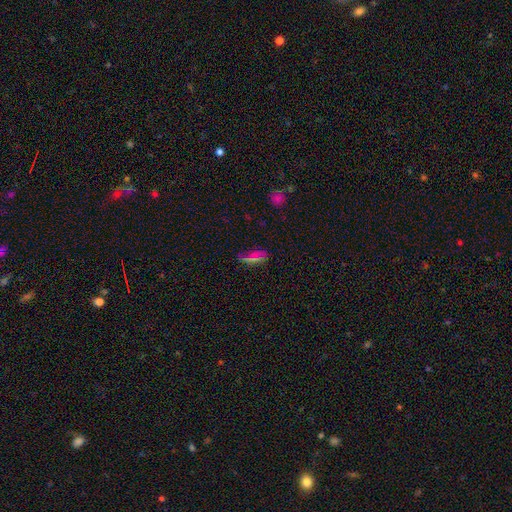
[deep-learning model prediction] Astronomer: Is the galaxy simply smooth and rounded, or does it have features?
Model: smooth — 48% (runner-up: star or artifact, 34%).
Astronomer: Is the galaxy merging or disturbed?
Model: none — 58%.